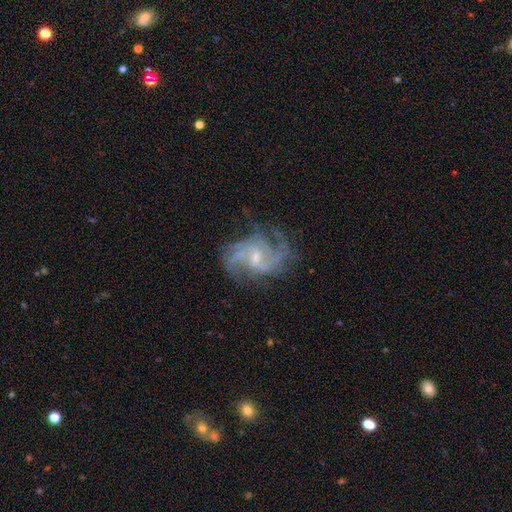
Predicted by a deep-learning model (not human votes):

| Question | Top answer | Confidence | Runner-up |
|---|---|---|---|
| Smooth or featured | featured or disk | 88% | star or artifact (7%) |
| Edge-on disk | no | 98% | yes (2%) |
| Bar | weak | 48% | no (42%) |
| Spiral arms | yes | 96% | no (4%) |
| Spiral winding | medium | 49% | loose (27%) |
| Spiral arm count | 2 | 38% | 3 (22%) |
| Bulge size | small | 60% | moderate (34%) |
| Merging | none | 67% | minor disturbance (19%) |